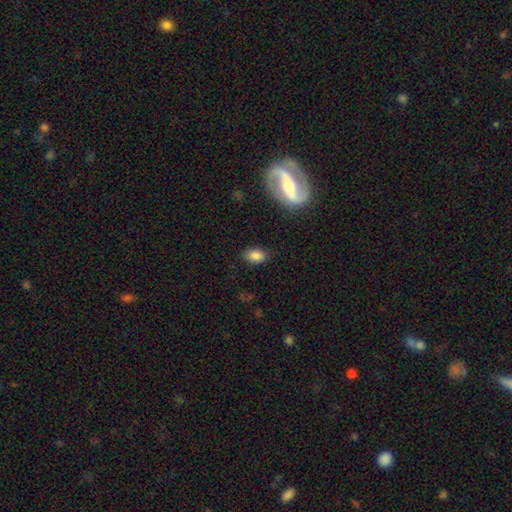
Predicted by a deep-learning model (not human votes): smooth_or_featured: smooth (p=0.83) [alt: star or artifact p=0.09]
how_rounded: in between (p=0.87) [alt: round p=0.12]
merging: none (p=0.82) [alt: minor disturbance p=0.12]